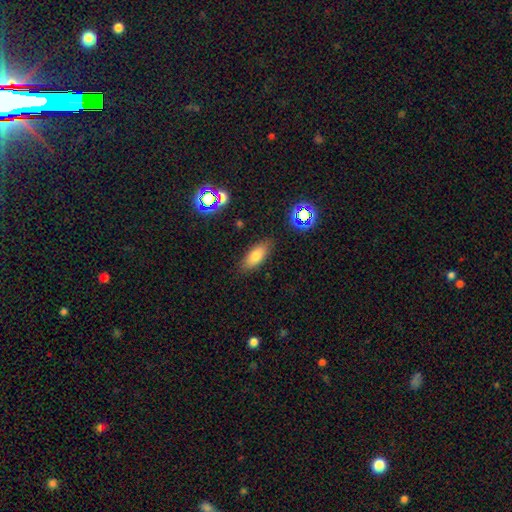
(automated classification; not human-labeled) Q: Smooth or featured?
A: smooth (76%); runner-up: featured or disk (14%)
Q: How rounded?
A: in between (81%); runner-up: cigar-shaped (16%)
Q: Merging?
A: none (84%); runner-up: minor disturbance (11%)